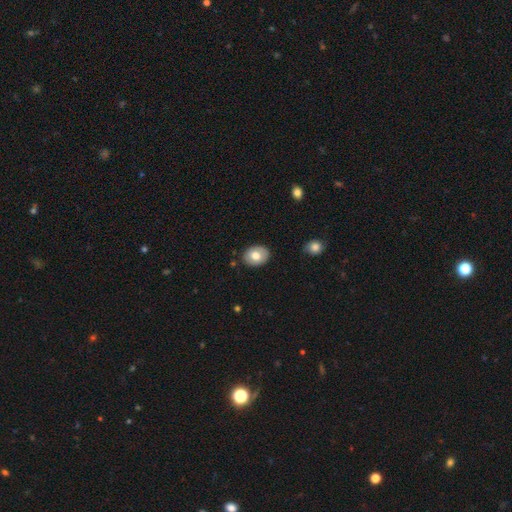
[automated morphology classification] A smooth galaxy with no disk features (73%) that is in between round and cigar-shaped (63%). Merging: none (87%).